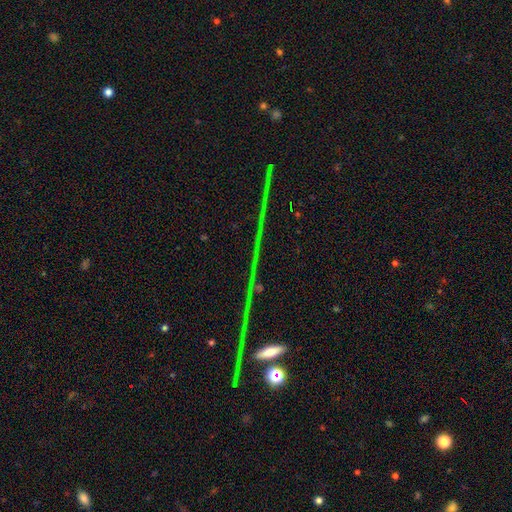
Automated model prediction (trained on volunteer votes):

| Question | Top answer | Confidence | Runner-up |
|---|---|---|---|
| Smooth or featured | star or artifact | 71% | featured or disk (19%) |